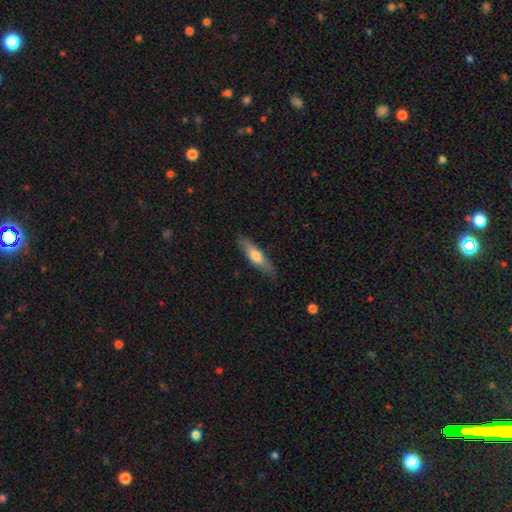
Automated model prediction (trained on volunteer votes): This appears to be a smooth galaxy with no disk features (63%) that is cigar-shaped (69%). Merging: none (83%).